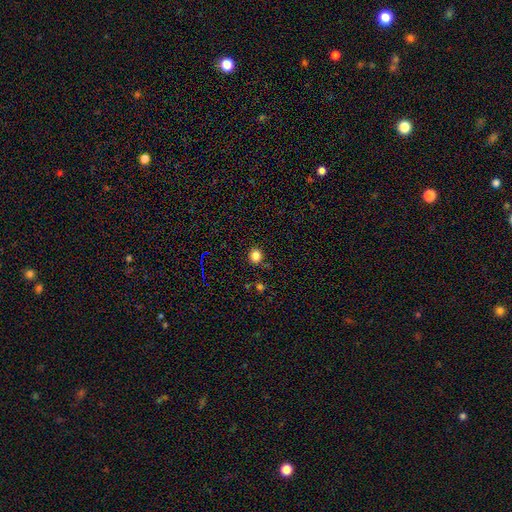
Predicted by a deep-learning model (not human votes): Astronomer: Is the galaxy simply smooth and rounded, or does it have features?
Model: smooth — 81%.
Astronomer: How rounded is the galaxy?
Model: round — 87%.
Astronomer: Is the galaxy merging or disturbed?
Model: none — 86%.